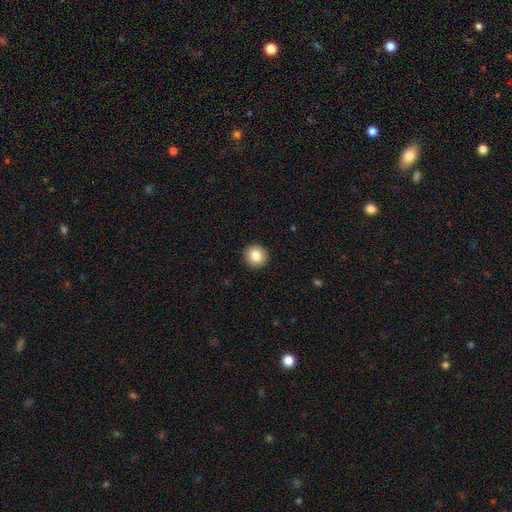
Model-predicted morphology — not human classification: The model was most divided on "smooth or featured": smooth: 85%, star or artifact: 8%, featured or disk: 6%. More confident: merging — none (93%); how rounded — round (91%).